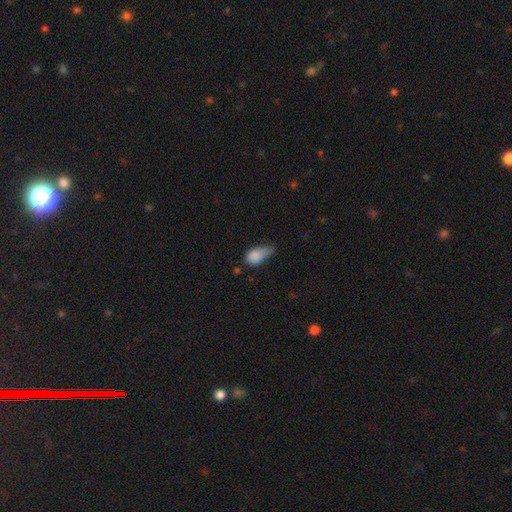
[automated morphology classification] Overall: smooth (82%). How rounded: in between (82%). Merging: minor disturbance (46%; major disturbance 27%).